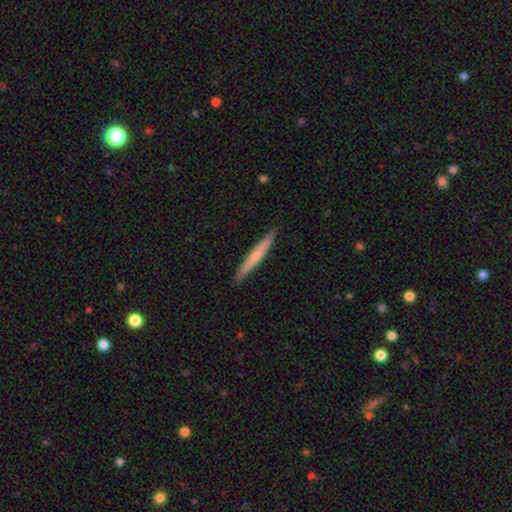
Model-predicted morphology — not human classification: Overall: smooth (54%; featured or disk 41%). How rounded: cigar-shaped (96%). Merging: none (91%).